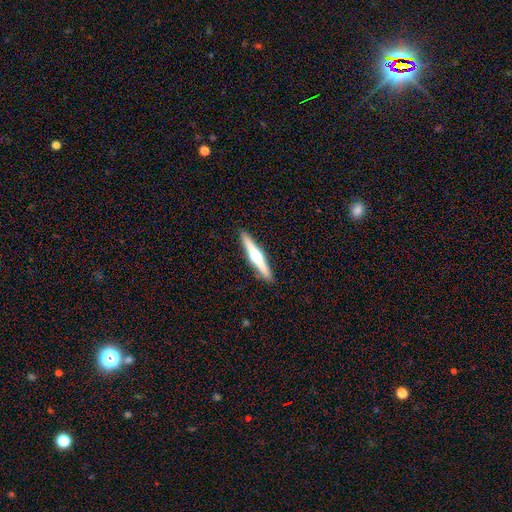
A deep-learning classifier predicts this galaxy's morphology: Smooth or featured?
  - featured or disk: 72% *
  - smooth: 23%
  - star or artifact: 5%
Edge-on disk?
  - yes: 98% *
  - no: 2%
Edge-on bulge?
  - rounded: 94% *
  - boxy: 3%
  - none: 3%
Merging?
  - none: 92% *
  - minor disturbance: 6%
  - major disturbance: 1%
  - merger: 1%